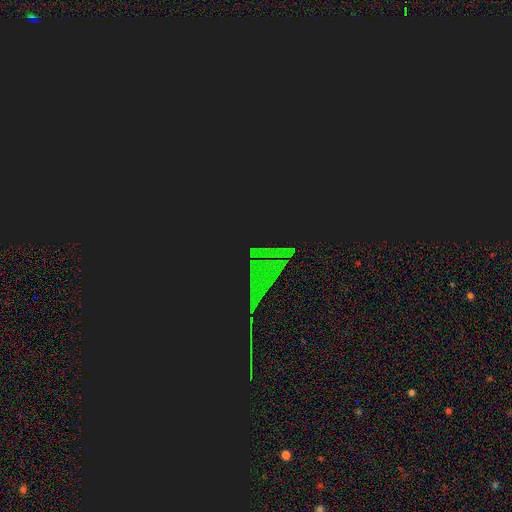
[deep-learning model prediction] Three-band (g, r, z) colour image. It shows a star or artifact, not a galaxy (87%).